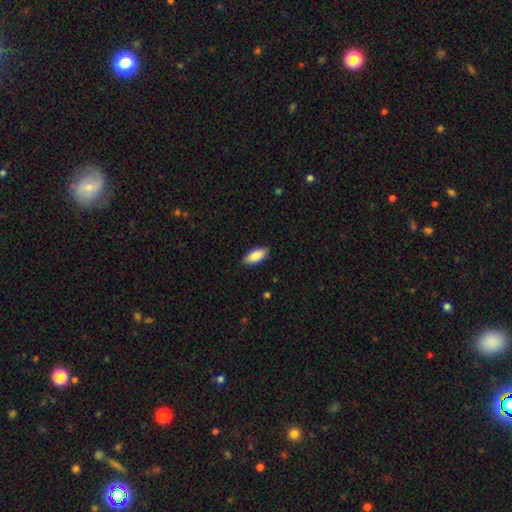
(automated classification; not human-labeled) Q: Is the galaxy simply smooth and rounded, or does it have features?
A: smooth — 84%.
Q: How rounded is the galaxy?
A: in between — 83%.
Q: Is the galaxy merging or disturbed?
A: none — 87%.